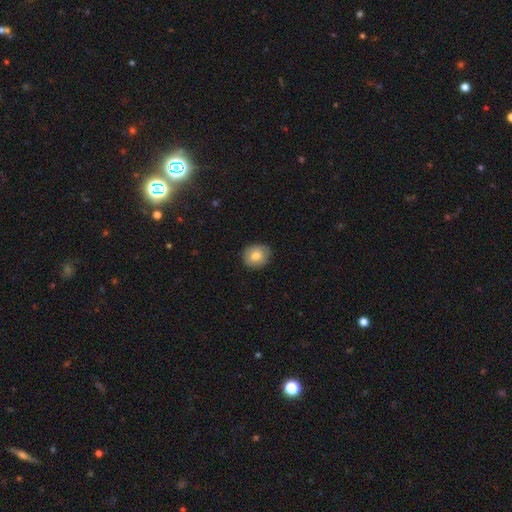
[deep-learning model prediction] smooth-or-featured: smooth: 79% | featured or disk: 13% | star or artifact: 8%
  how-rounded: round: 67% | in between: 32% | cigar-shaped: 1%
  merging: none: 84% | minor disturbance: 13% | major disturbance: 2% | merger: 1%